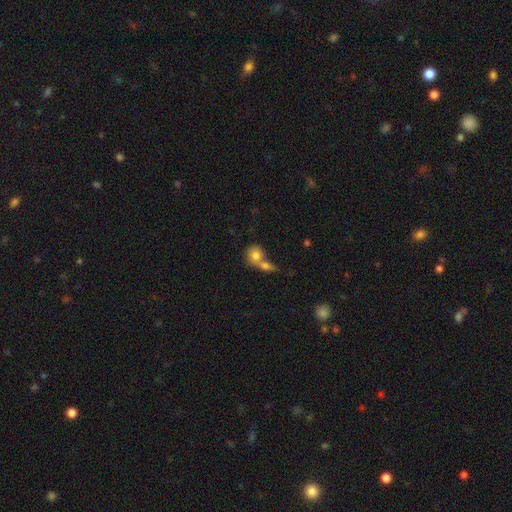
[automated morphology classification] Smooth or featured: smooth — 78% (featured or disk — 14%)
How rounded: round — 74% (in between — 25%)
Merging: merger — 61% (none — 28%)